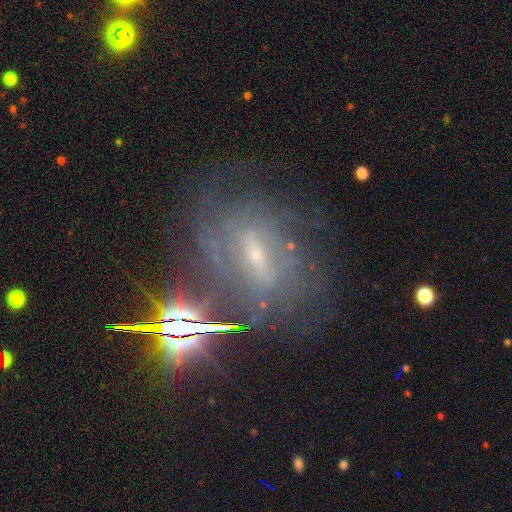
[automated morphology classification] Q: Smooth or featured?
A: featured or disk (71%); runner-up: star or artifact (20%)
Q: Edge-on disk?
A: no (88%); runner-up: yes (12%)
Q: Bar?
A: weak (43%); runner-up: strong (40%)
Q: Spiral arms?
A: yes (85%); runner-up: no (15%)
Q: Spiral winding?
A: tight (53%); runner-up: medium (35%)
Q: Spiral arm count?
A: can't tell (52%); runner-up: 2 (21%)
Q: Bulge size?
A: small (67%); runner-up: moderate (24%)
Q: Merging?
A: none (66%); runner-up: minor disturbance (18%)